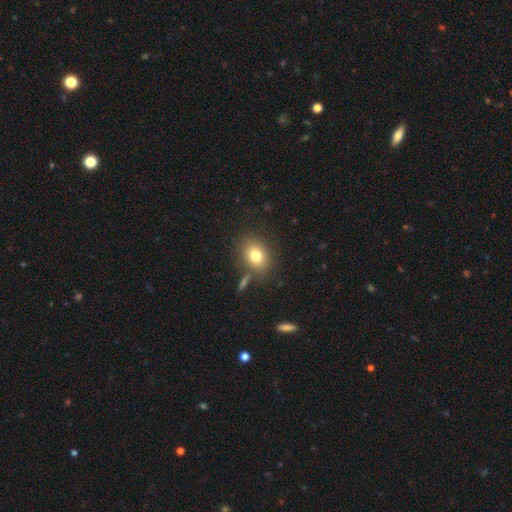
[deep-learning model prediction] This is likely a smooth galaxy (77%). How rounded: possibly in between (51%). Merging: likely none (77%).